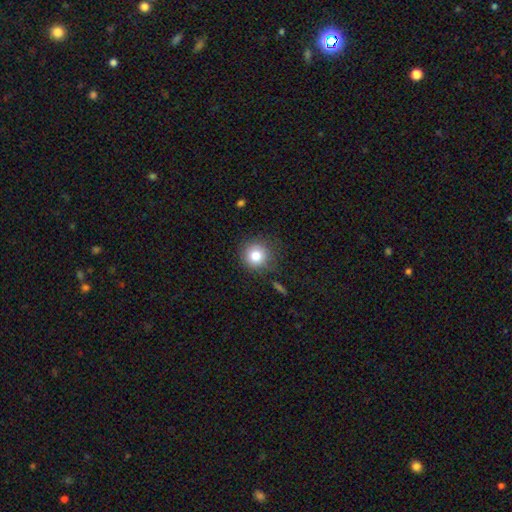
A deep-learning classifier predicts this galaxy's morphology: smooth-or-featured: smooth: 79% | star or artifact: 12% | featured or disk: 9%
  how-rounded: round: 94% | in between: 5% | cigar-shaped: 1%
  merging: none: 83% | minor disturbance: 11% | major disturbance: 4% | merger: 2%